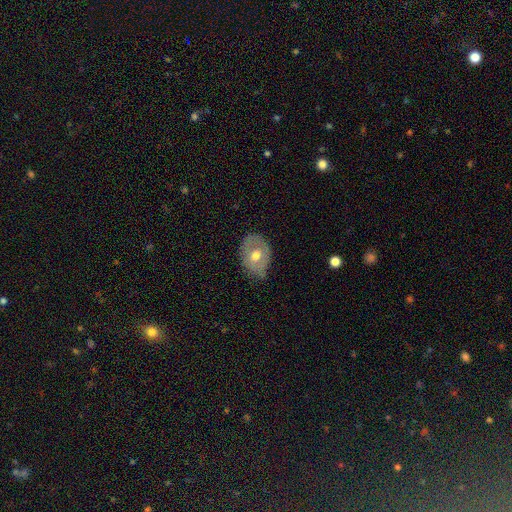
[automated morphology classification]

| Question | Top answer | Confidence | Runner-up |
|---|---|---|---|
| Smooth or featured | smooth | 50% | featured or disk (43%) |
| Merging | none | 64% | minor disturbance (28%) |